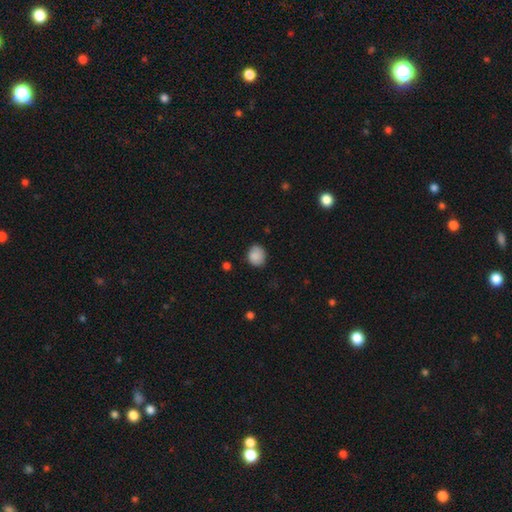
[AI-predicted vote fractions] A smooth galaxy with no disk features (87%) that is round (66%).

Vote fractions:
- Smooth or featured? smooth: 87% / star or artifact: 8% / featured or disk: 5%
- How rounded? round: 66% / in between: 33% / cigar-shaped: 1%
- Merging? none: 79% / minor disturbance: 17% / major disturbance: 3% / merger: 1%